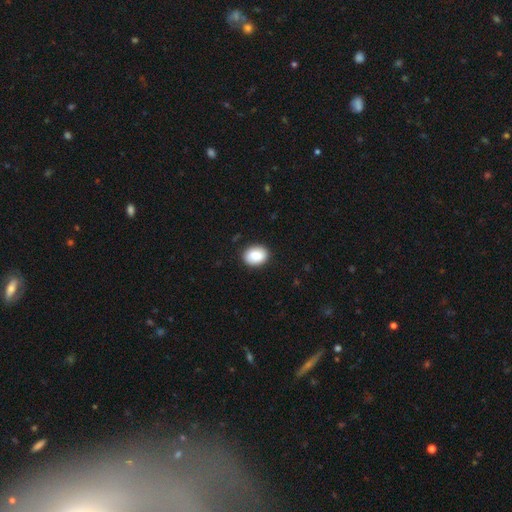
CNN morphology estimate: A smooth galaxy with no disk features (88%) that is in between round and cigar-shaped (61%). Merging: none (89%).